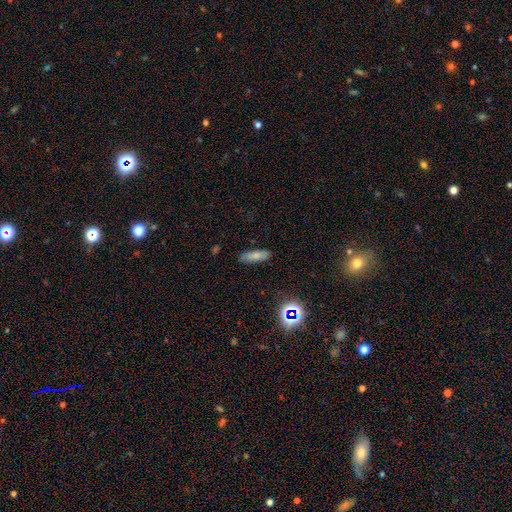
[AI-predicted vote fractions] This is likely a smooth galaxy (75%). How rounded: possibly in between (50%). Merging: clearly none (84%).